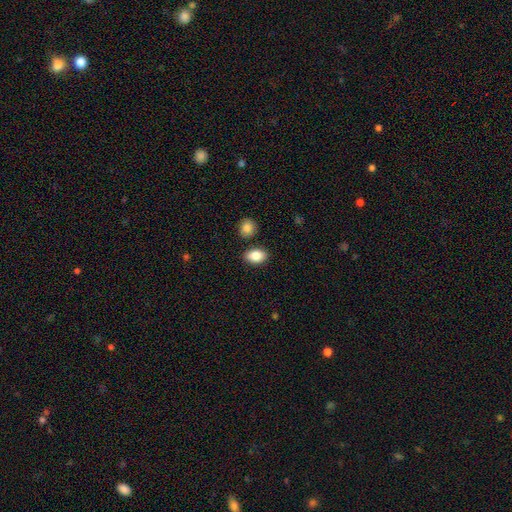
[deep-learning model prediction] Morphology: type=smooth (86%); roundness=in between (87%); merging=none (83%).